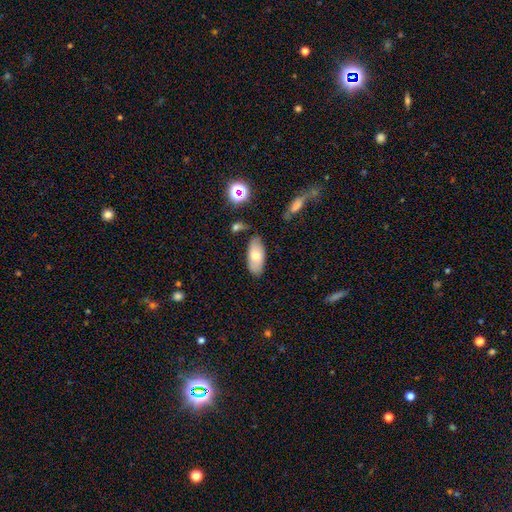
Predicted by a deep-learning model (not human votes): smooth_or_featured: smooth (p=0.69) [alt: featured or disk p=0.23]
how_rounded: in between (p=0.90) [alt: cigar-shaped p=0.07]
merging: none (p=0.77) [alt: minor disturbance p=0.16]